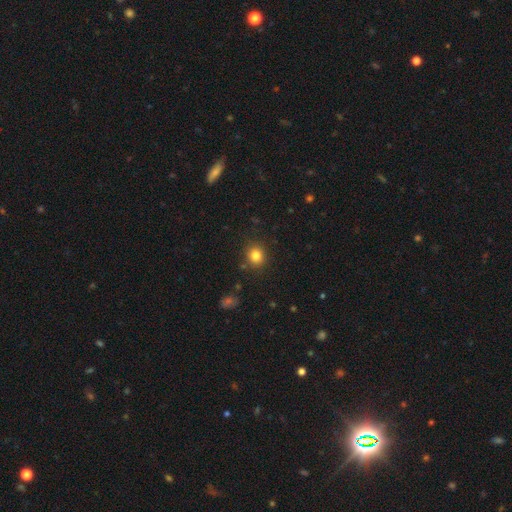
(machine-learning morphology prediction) smooth-or-featured: smooth: 82% | star or artifact: 12% | featured or disk: 6%
  how-rounded: round: 80% | in between: 19% | cigar-shaped: 1%
  merging: none: 87% | minor disturbance: 8% | major disturbance: 3% | merger: 2%